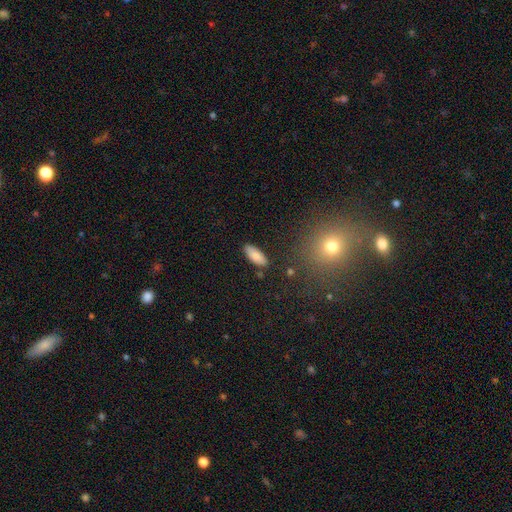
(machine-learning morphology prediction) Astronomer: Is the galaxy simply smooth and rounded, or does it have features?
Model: smooth — 85%.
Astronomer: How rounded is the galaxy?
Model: in between — 79%.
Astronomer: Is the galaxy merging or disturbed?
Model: none — 85%.